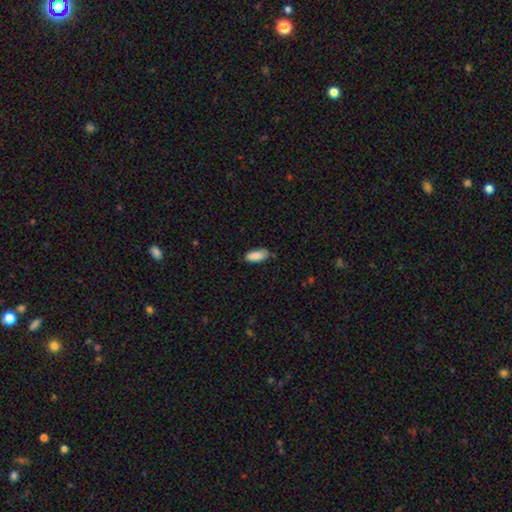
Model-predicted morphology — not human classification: type=smooth (89%); roundness=in between (86%); merging=none (78%).